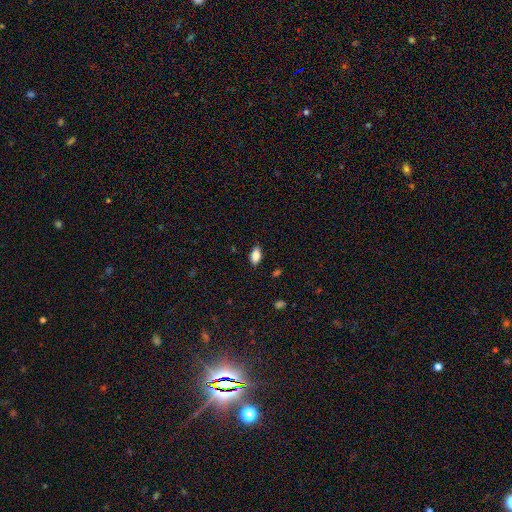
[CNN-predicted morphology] smooth-or-featured: smooth: 86% | star or artifact: 8% | featured or disk: 6%
  how-rounded: in between: 91% | round: 5% | cigar-shaped: 4%
  merging: none: 86% | minor disturbance: 11% | major disturbance: 2% | merger: 1%